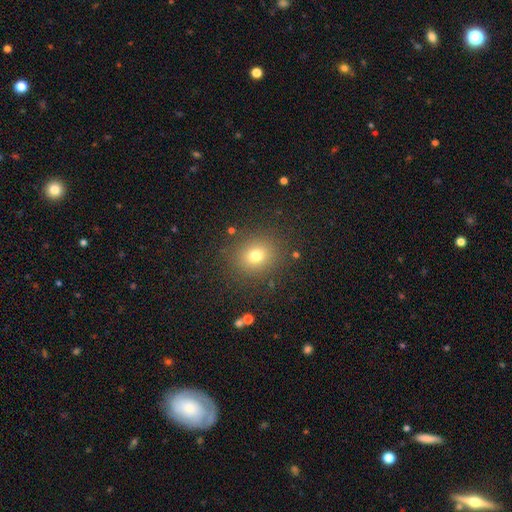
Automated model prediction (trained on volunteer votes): A smooth galaxy with no disk features (74%) that is round (73%).

Vote fractions:
- Smooth or featured? smooth: 74% / star or artifact: 16% / featured or disk: 10%
- How rounded? round: 73% / in between: 26% / cigar-shaped: 1%
- Merging? none: 86% / minor disturbance: 8% / major disturbance: 4% / merger: 2%